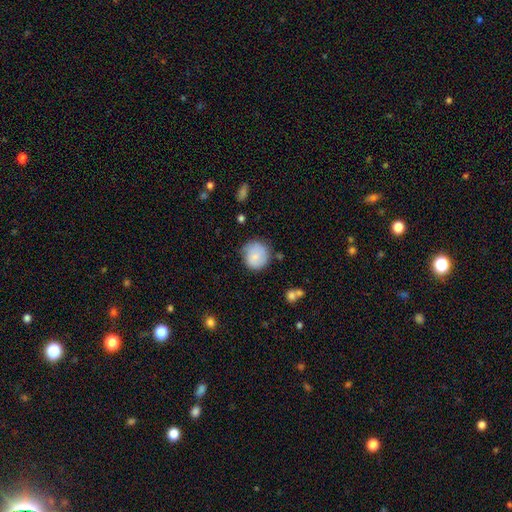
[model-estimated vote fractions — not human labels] Smooth or featured? smooth (79%)
How rounded? round (89%)
Merging? none (70%)